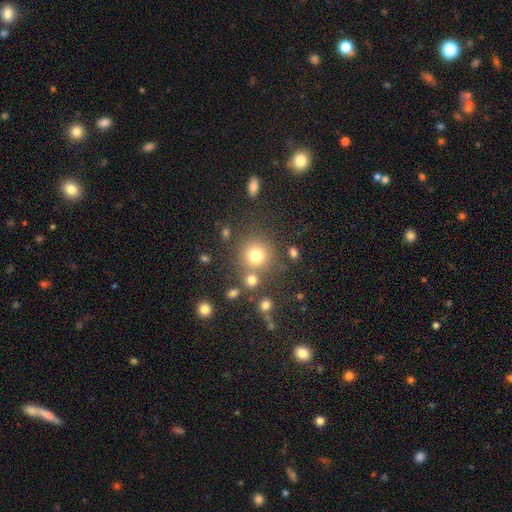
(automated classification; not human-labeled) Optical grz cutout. It shows a smooth galaxy with no disk features (76%) that is round (91%). Merging: none (73%).